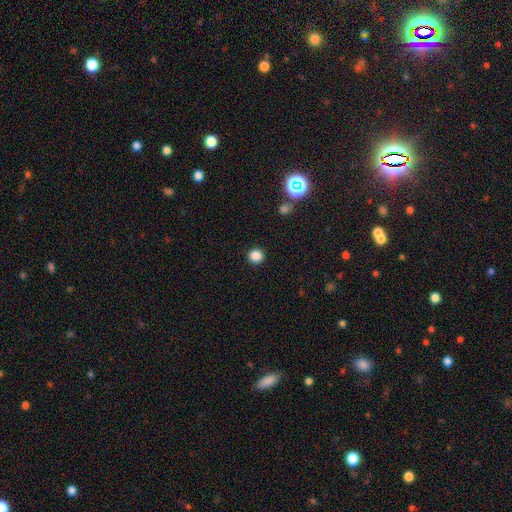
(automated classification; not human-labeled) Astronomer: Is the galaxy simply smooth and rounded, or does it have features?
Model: smooth — 85%.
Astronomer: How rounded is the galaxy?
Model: round — 94%.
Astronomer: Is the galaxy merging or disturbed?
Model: none — 92%.